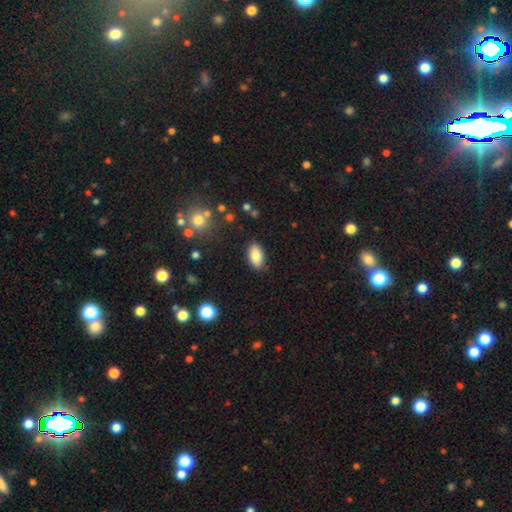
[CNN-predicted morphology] This appears to be a smooth galaxy with no disk features (83%) that is in between round and cigar-shaped (91%). Merging: none (85%).